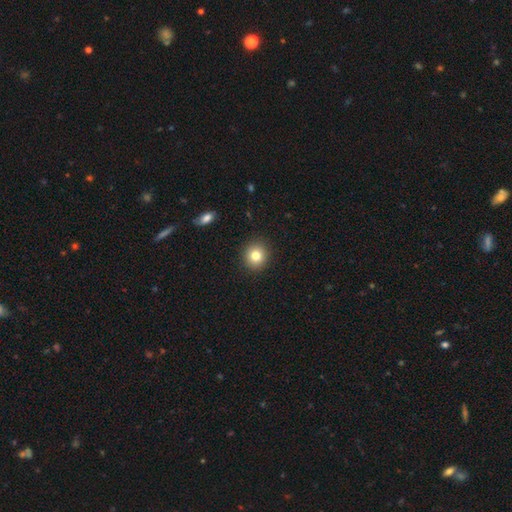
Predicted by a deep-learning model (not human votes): The model was most divided on "smooth or featured": smooth: 80%, star or artifact: 11%, featured or disk: 8%. More confident: merging — none (91%); how rounded — round (87%).